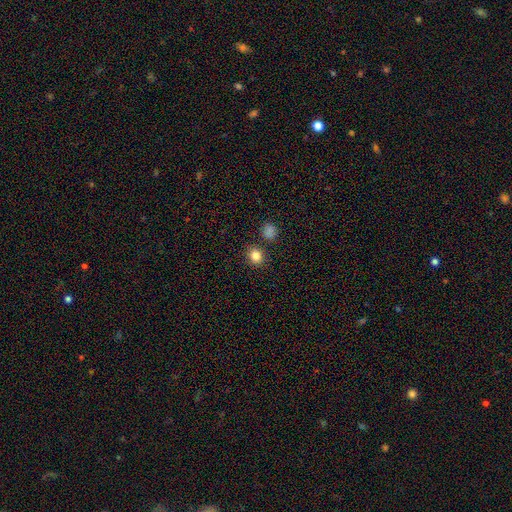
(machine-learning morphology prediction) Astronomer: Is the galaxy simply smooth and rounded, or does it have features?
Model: smooth — 83%.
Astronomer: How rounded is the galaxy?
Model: round — 81%.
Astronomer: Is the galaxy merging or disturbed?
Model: none — 85%.